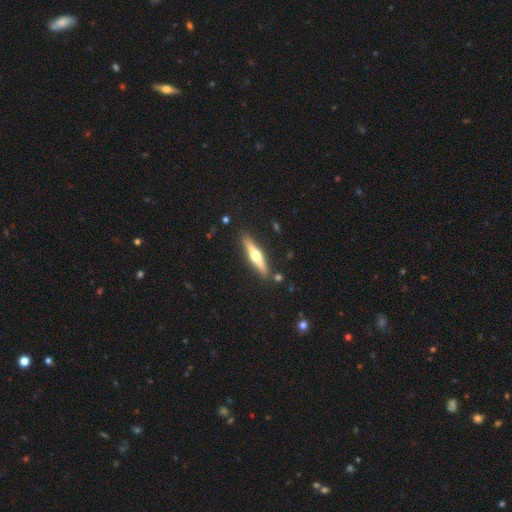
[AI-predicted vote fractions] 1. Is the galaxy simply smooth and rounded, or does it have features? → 62% featured or disk, 33% smooth, 5% star or artifact.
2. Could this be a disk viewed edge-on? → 96% yes, 4% no.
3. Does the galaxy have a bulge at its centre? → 94% rounded, 3% none, 3% boxy.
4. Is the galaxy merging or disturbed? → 88% none, 8% minor disturbance, 2% merger, 2% major disturbance.